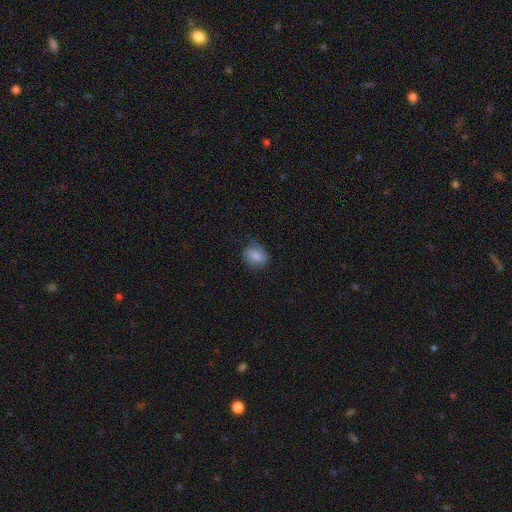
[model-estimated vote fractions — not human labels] Smooth or featured: smooth — 78% (featured or disk — 14%)
How rounded: in between — 60% (round — 39%)
Merging: none — 65% (minor disturbance — 26%)